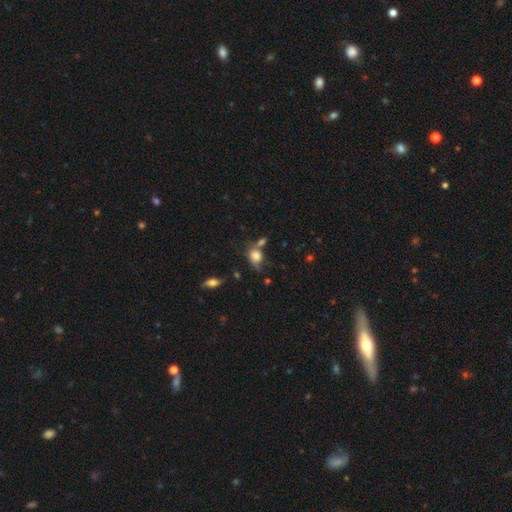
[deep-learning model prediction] The model was most divided on "how rounded": round: 55%, in between: 43%, cigar-shaped: 2%. Remaining: smooth or featured — smooth (78%); merging — none (43%).